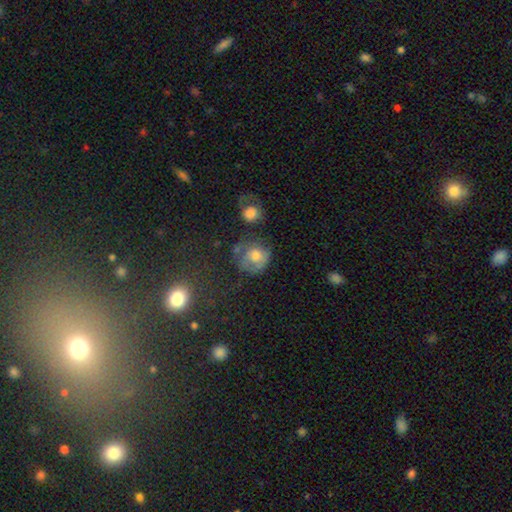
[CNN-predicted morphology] smooth_or_featured: smooth (p=0.57) [alt: featured or disk p=0.31]
how_rounded: round (p=0.78) [alt: in between p=0.21]
merging: none (p=0.46) [alt: minor disturbance p=0.27]